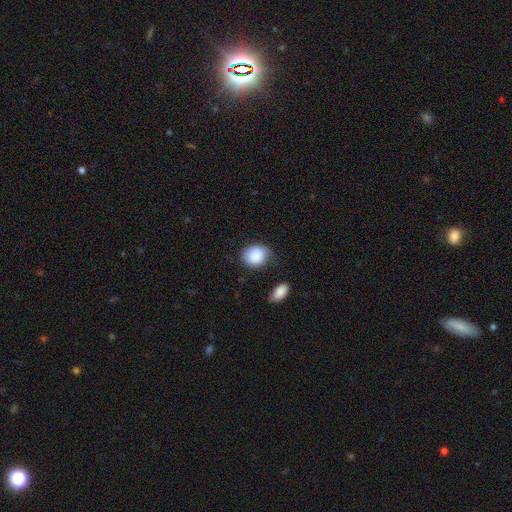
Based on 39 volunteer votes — Smooth or featured? smooth (90%)
How rounded? round (57%)
Merging? none (76%)